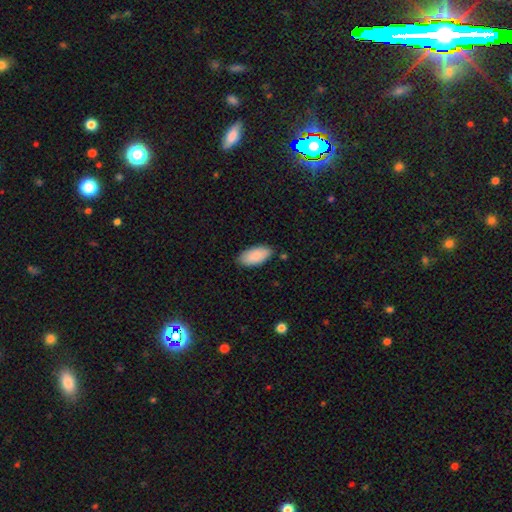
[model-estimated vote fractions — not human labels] This is clearly a smooth galaxy (89%). How rounded: clearly in between (93%). Merging: clearly none (83%).